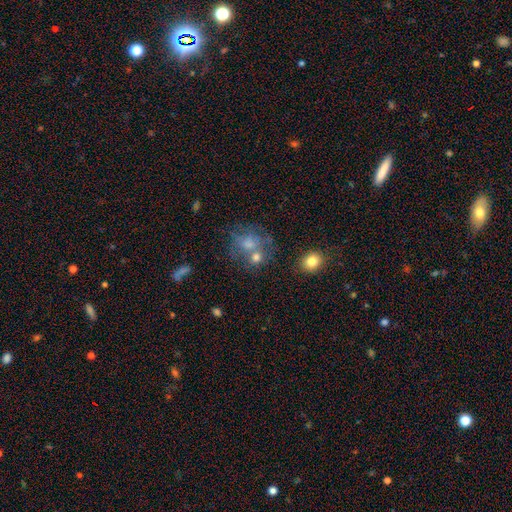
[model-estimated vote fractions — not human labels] This appears to be a smooth galaxy with no disk features (46%). Merging: none (48%).